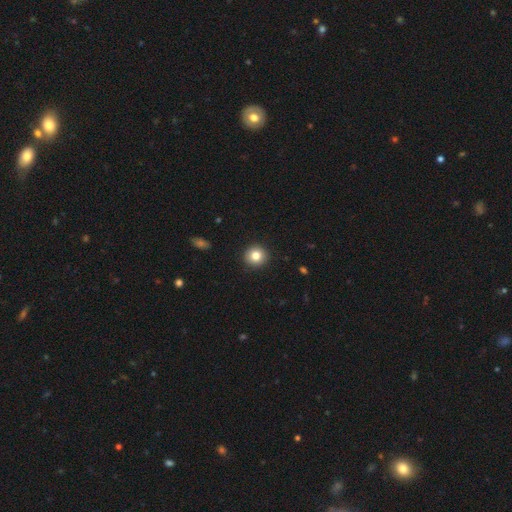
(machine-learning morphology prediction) smooth_or_featured: smooth (p=0.82) [alt: star or artifact p=0.10]
how_rounded: round (p=0.92) [alt: in between p=0.07]
merging: none (p=0.93) [alt: minor disturbance p=0.05]